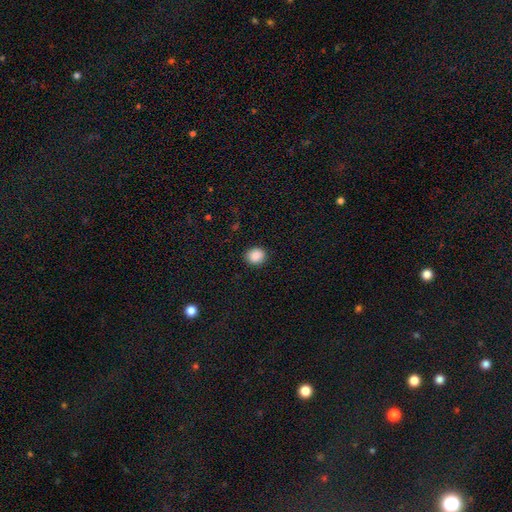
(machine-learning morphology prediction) Smooth or featured? Predicted: smooth (p=0.88). How rounded? Predicted: round (p=0.76). Merging? Predicted: none (p=0.90).